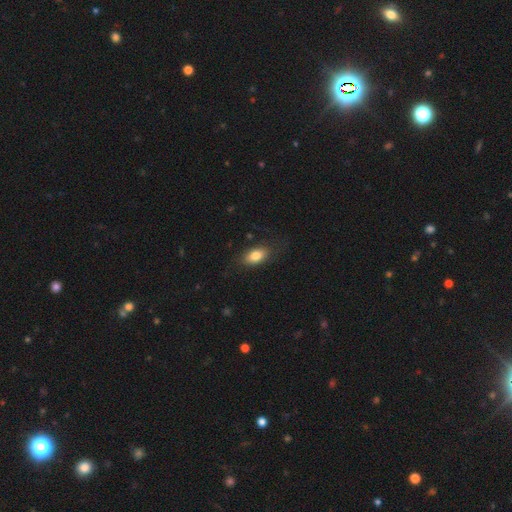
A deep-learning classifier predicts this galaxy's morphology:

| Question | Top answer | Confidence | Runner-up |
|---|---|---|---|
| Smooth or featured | smooth | 81% | featured or disk (11%) |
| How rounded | in between | 88% | round (7%) |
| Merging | none | 79% | minor disturbance (15%) |